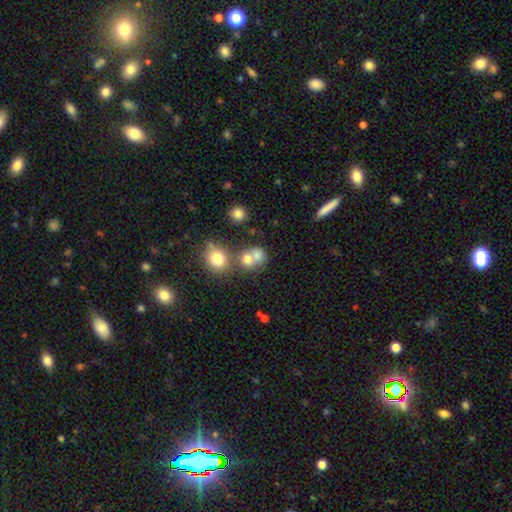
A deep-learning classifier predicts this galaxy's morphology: type=smooth (68%); roundness=round (70%); merging=merger (48%).